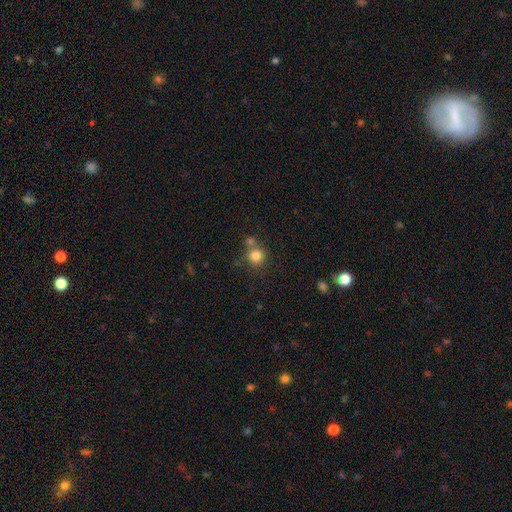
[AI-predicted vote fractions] Morphology: type=smooth (82%); roundness=round (91%); merging=none (62%).